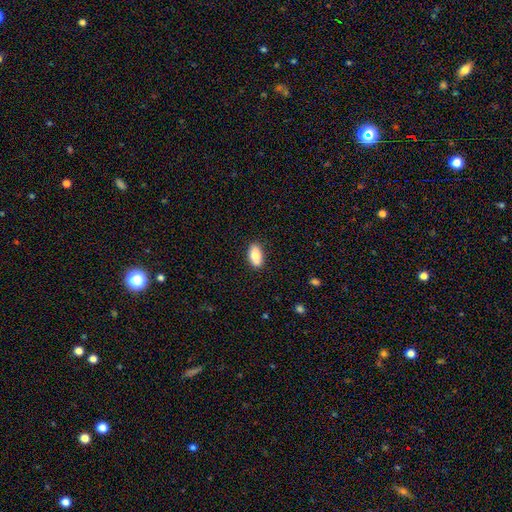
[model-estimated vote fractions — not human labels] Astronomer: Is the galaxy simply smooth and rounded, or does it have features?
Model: smooth — 80%.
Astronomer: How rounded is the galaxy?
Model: in between — 91%.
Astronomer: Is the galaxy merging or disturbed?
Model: none — 84%.